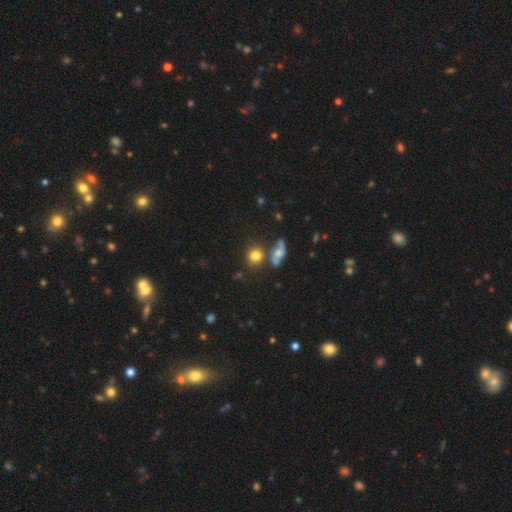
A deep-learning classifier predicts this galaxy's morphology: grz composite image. It shows a smooth galaxy with no disk features (76%) that is round (83%). Merging: none (64%).